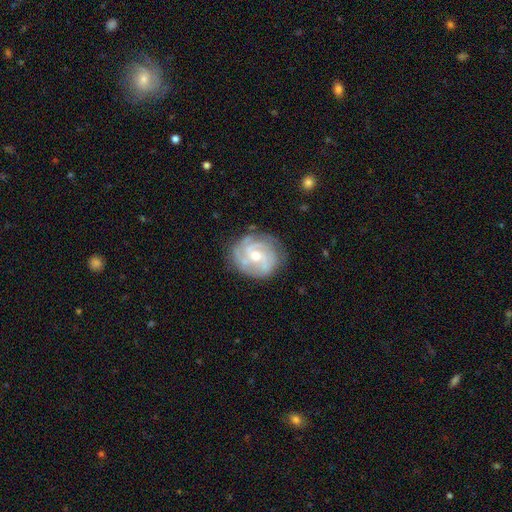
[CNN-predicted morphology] Smooth or featured? featured or disk (82%)
Edge-on disk? no (98%)
Bar? no (58%)
Spiral arms? yes (94%)
Spiral winding? tight (58%)
Spiral arm count? 3 (33%)
Bulge size? moderate (57%)
Merging? none (76%)